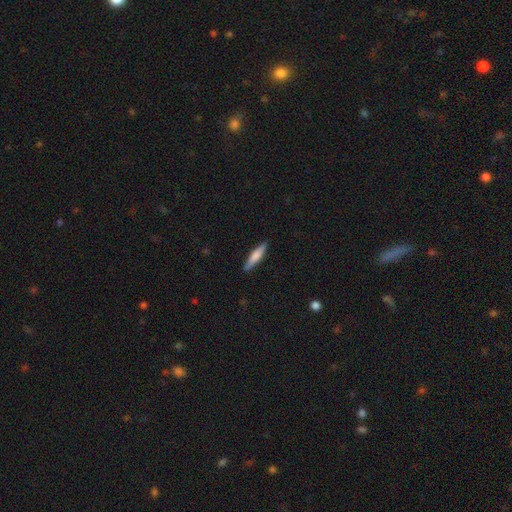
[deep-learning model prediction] Smooth or featured?
  - smooth: 61% *
  - featured or disk: 33%
  - star or artifact: 6%
How rounded?
  - cigar-shaped: 85% *
  - in between: 13%
  - round: 2%
Merging?
  - none: 89% *
  - minor disturbance: 8%
  - major disturbance: 2%
  - merger: 1%